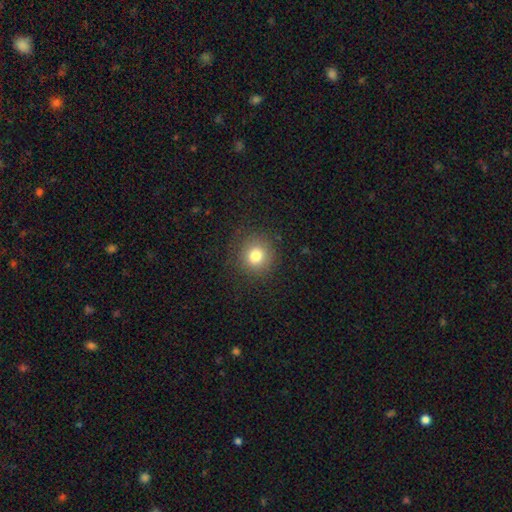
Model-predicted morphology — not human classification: Overall: smooth (79%). How rounded: round (91%). Merging: none (88%).